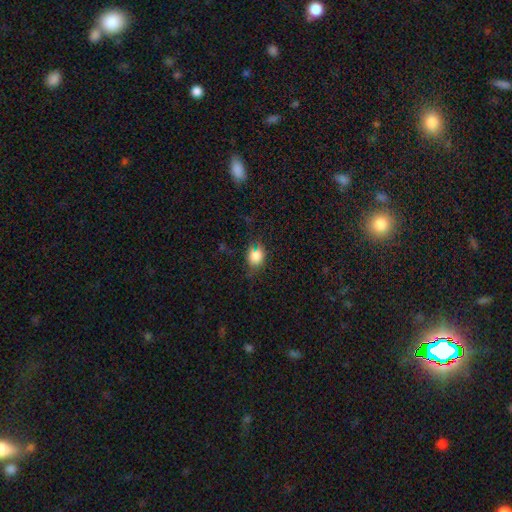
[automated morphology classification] This is likely a smooth galaxy (77%). How rounded: possibly in between (51%). Merging: likely none (63%).